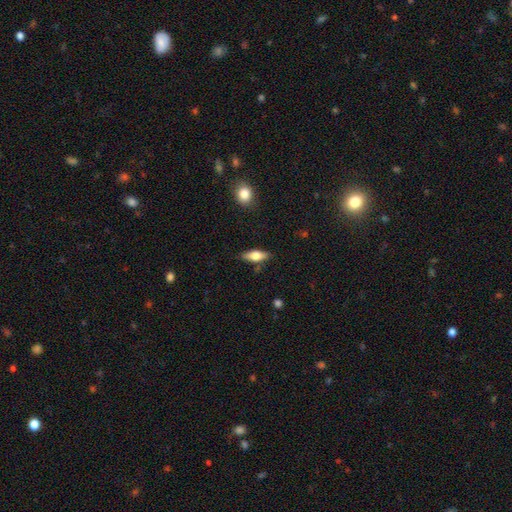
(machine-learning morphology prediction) Overall: smooth (64%; featured or disk 29%). How rounded: in between (68%; cigar-shaped 29%). Merging: none (84%).